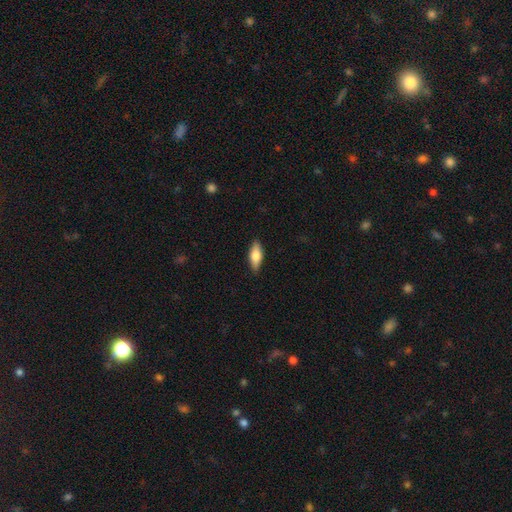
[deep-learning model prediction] This is likely a smooth galaxy (68%). How rounded: likely in between (70%). Merging: clearly none (87%).